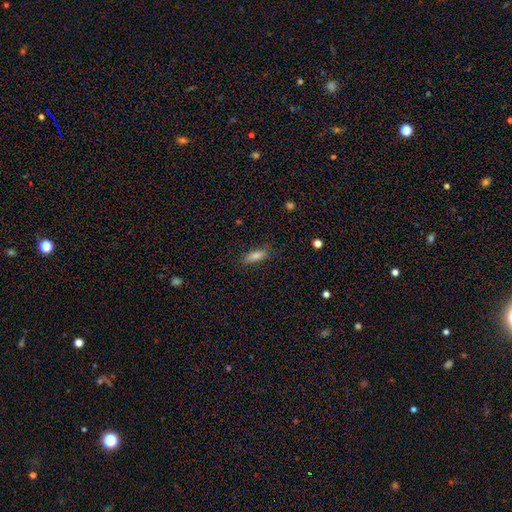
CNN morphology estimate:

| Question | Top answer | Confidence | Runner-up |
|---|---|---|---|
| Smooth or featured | smooth | 73% | featured or disk (16%) |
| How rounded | in between | 52% | cigar-shaped (45%) |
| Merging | none | 81% | minor disturbance (14%) |